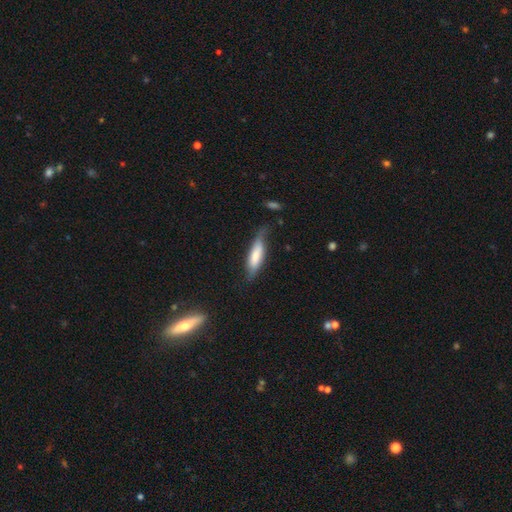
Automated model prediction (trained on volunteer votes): Q: Smooth or featured?
A: smooth (67%); runner-up: featured or disk (28%)
Q: How rounded?
A: cigar-shaped (57%); runner-up: in between (41%)
Q: Merging?
A: none (58%); runner-up: minor disturbance (30%)